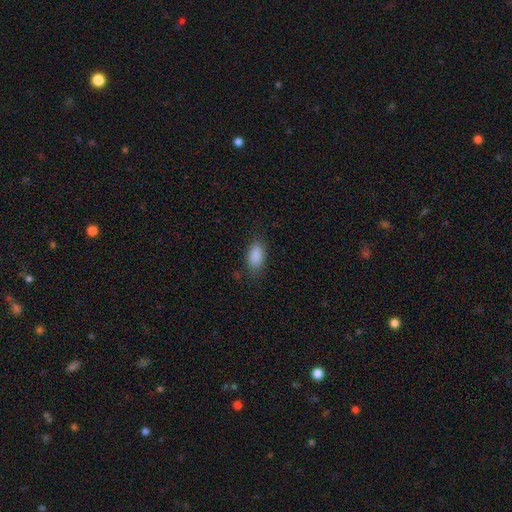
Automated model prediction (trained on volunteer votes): Smooth or featured?
  - smooth: 88% *
  - star or artifact: 8%
  - featured or disk: 4%
How rounded?
  - in between: 91% *
  - round: 4%
  - cigar-shaped: 4%
Merging?
  - none: 80% *
  - minor disturbance: 14%
  - major disturbance: 4%
  - merger: 1%